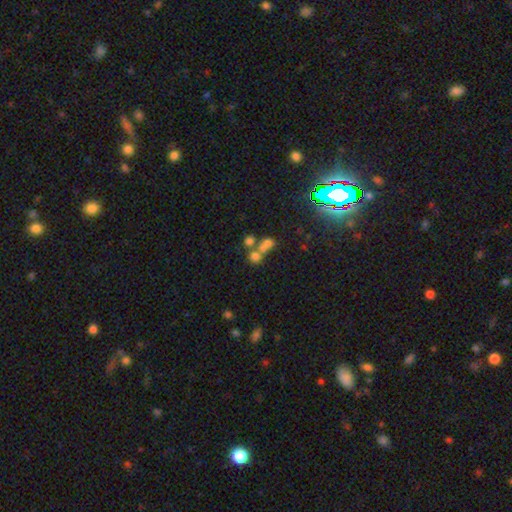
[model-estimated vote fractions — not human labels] Smooth or featured?
  - smooth: 62% *
  - star or artifact: 21%
  - featured or disk: 17%
How rounded?
  - round: 83% *
  - in between: 16%
  - cigar-shaped: 1%
Merging?
  - merger: 48% *
  - none: 40%
  - minor disturbance: 7%
  - major disturbance: 5%